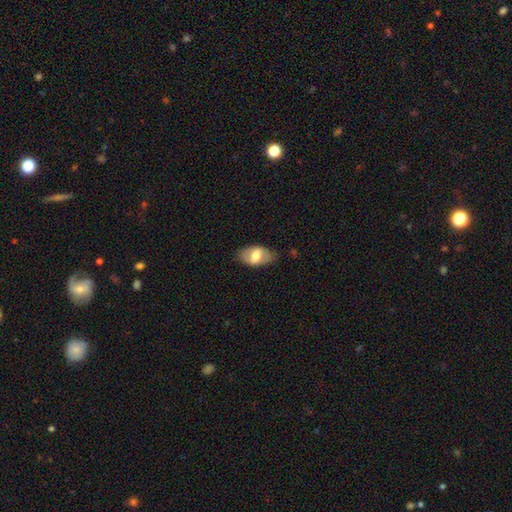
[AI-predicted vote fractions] Smooth or featured? Predicted: smooth (p=0.57). How rounded? Predicted: in between (p=0.92). Merging? Predicted: none (p=0.78).